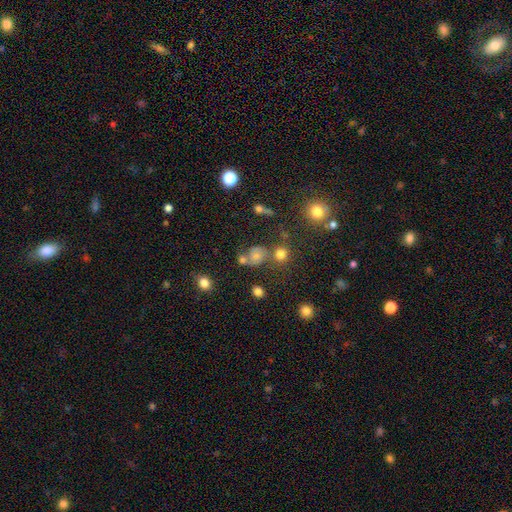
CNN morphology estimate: smooth-or-featured: smooth: 50% | featured or disk: 32% | star or artifact: 18%
  how-rounded: round: 65% | in between: 34% | cigar-shaped: 1%
  merging: none: 46% | merger: 25% | minor disturbance: 18% | major disturbance: 11%